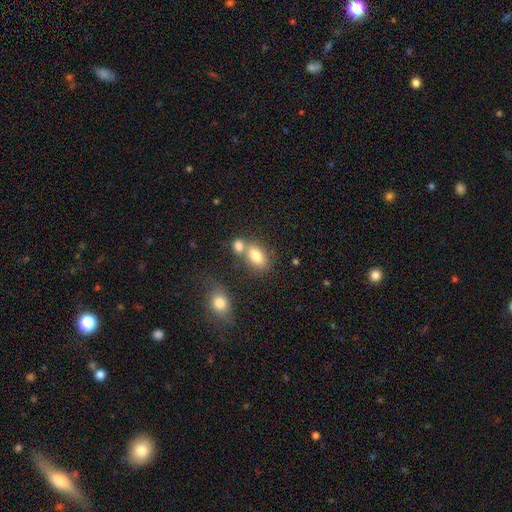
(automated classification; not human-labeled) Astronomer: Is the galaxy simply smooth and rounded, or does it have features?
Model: smooth — 78%.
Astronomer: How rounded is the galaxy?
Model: in between — 84%.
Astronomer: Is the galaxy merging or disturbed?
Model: none — 44% (runner-up: merger, 40%).